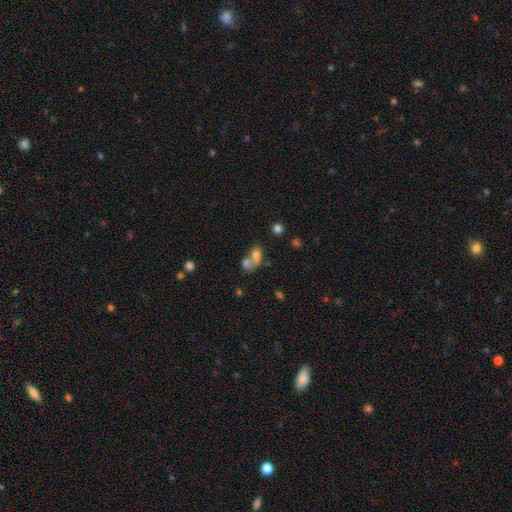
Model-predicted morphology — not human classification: Smooth or featured? smooth (70%)
How rounded? in between (66%)
Merging? merger (64%)